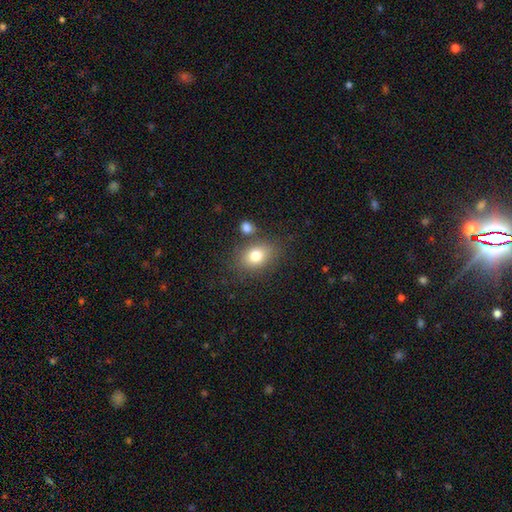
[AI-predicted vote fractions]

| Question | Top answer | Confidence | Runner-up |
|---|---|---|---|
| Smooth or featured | smooth | 78% | featured or disk (11%) |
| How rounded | in between | 66% | round (32%) |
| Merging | none | 72% | minor disturbance (13%) |